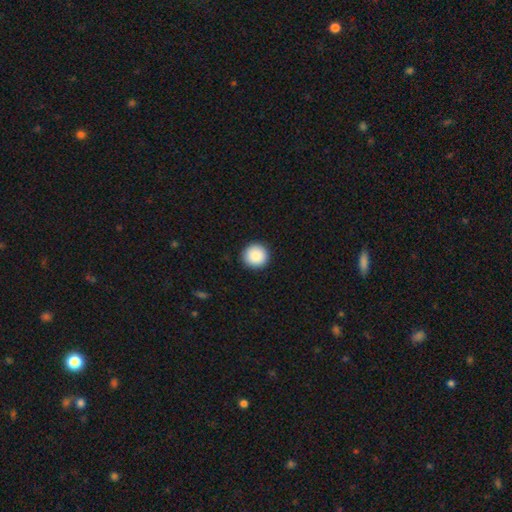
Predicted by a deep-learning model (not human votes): Morphology: type=smooth (89%); roundness=round (96%); merging=none (93%).